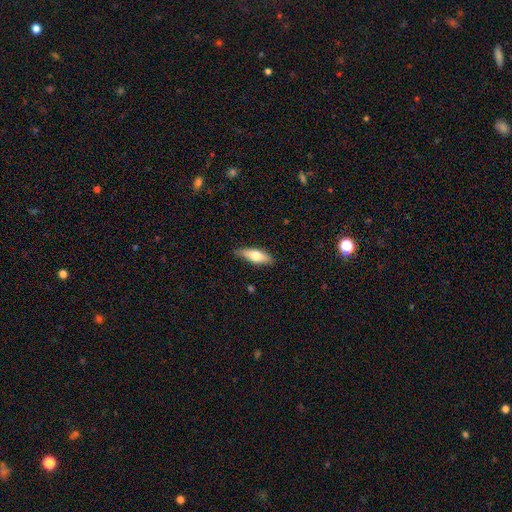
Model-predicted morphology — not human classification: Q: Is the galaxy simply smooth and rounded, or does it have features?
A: smooth — 64%.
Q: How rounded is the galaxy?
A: in between — 54%.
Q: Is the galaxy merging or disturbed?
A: none — 84%.